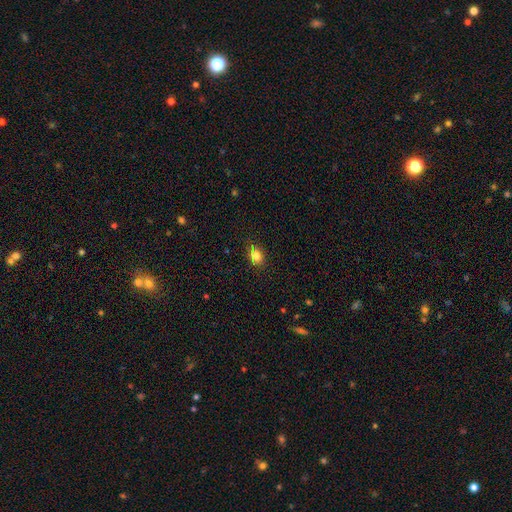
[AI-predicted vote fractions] Overall: smooth (80%). How rounded: round (51%; in between 47%). Merging: none (72%).